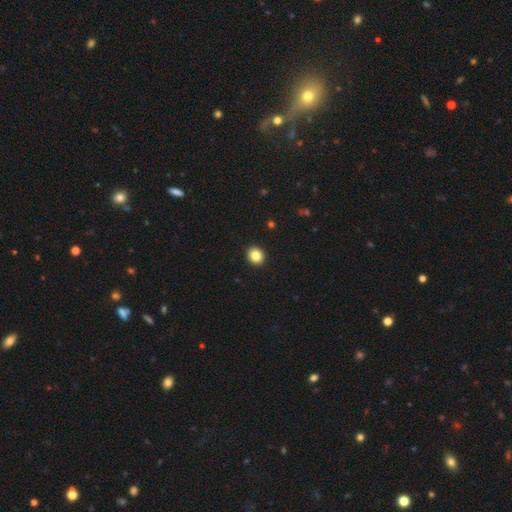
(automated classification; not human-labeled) Smooth or featured? Predicted: smooth (p=0.86). How rounded? Predicted: round (p=0.77). Merging? Predicted: none (p=0.93).